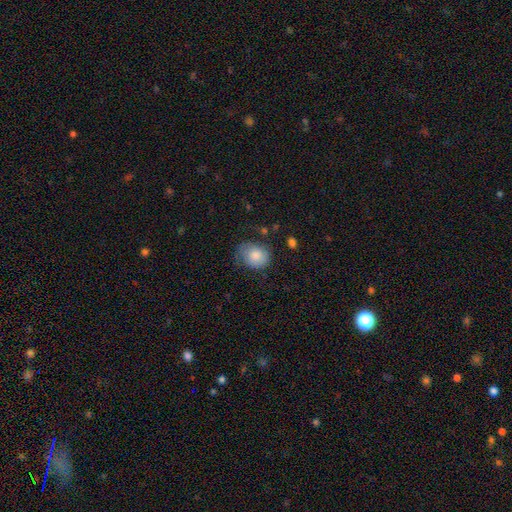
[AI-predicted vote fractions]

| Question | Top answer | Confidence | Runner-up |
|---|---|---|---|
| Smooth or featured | smooth | 81% | featured or disk (12%) |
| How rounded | round | 55% | in between (44%) |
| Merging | none | 55% | minor disturbance (31%) |